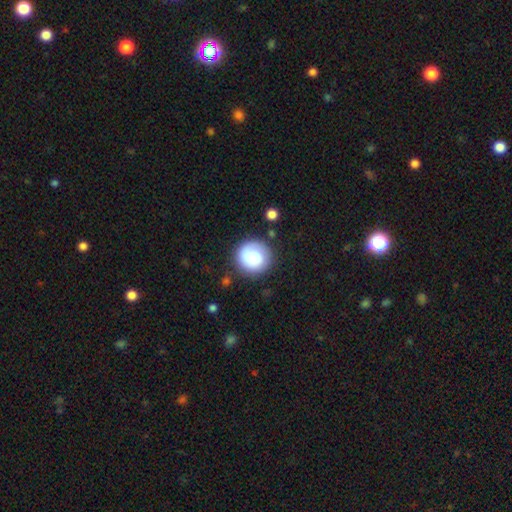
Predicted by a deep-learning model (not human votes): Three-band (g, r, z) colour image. It shows a smooth galaxy with no disk features (81%) that is round (91%). Merging: none (82%).